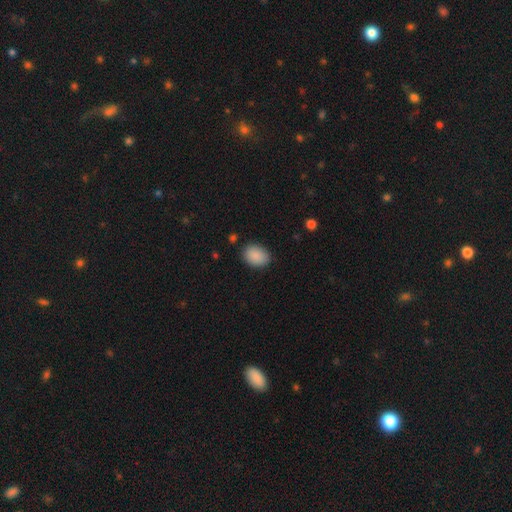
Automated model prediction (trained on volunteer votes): This is clearly a smooth galaxy (89%). How rounded: likely in between (75%). Merging: clearly none (84%).